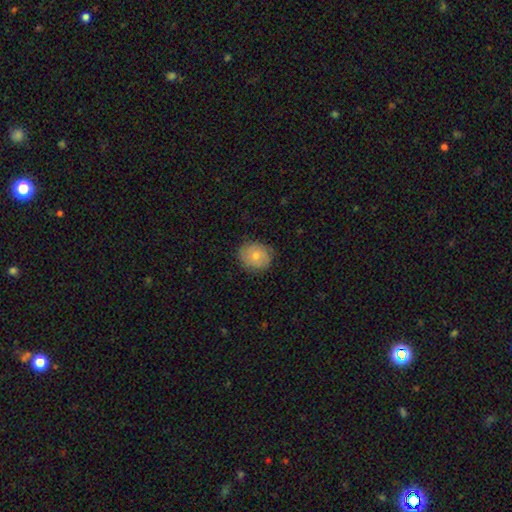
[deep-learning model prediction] Overall: smooth (67%). How rounded: round (72%). Merging: none (84%).